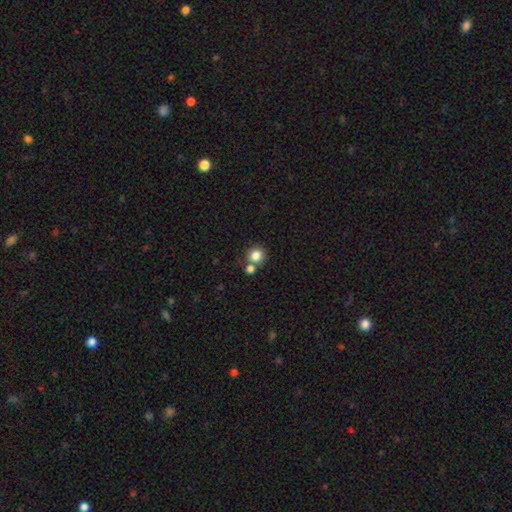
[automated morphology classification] smooth 82%, star or artifact 11%, featured or disk 7%. Down the decision tree: how rounded — round (92%); merging — none (63%).